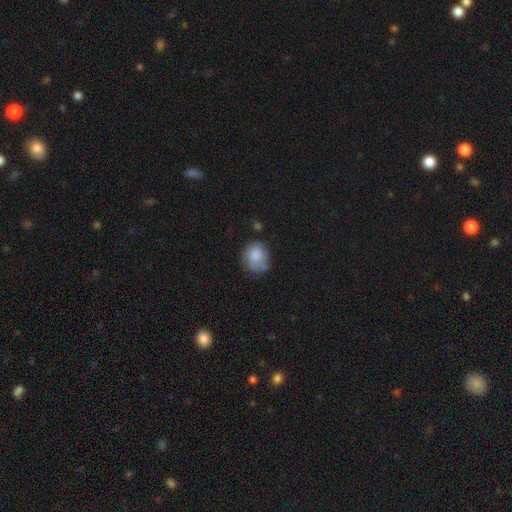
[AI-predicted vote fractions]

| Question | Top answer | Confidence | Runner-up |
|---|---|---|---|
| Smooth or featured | smooth | 73% | featured or disk (20%) |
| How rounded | round | 73% | in between (26%) |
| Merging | none | 51% | minor disturbance (31%) |